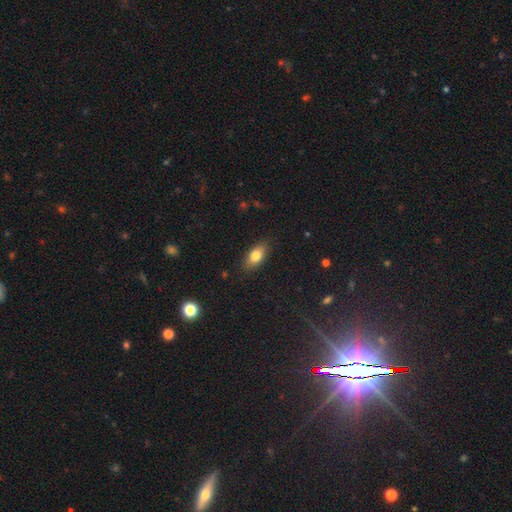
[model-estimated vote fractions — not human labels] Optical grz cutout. It shows a smooth galaxy with no disk features (79%) that is in between round and cigar-shaped (86%). Merging: none (85%).